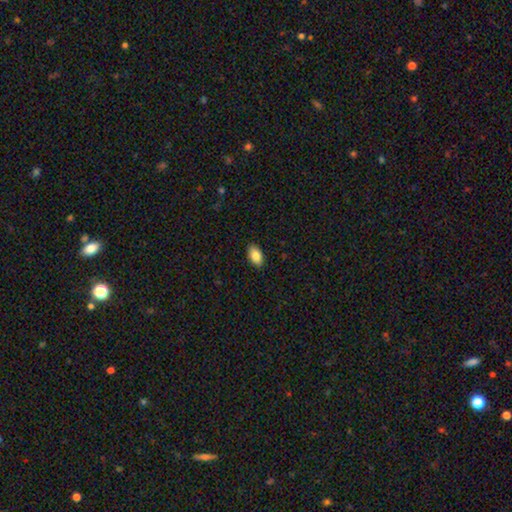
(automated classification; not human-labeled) Smooth or featured? smooth (84%)
How rounded? in between (93%)
Merging? none (89%)